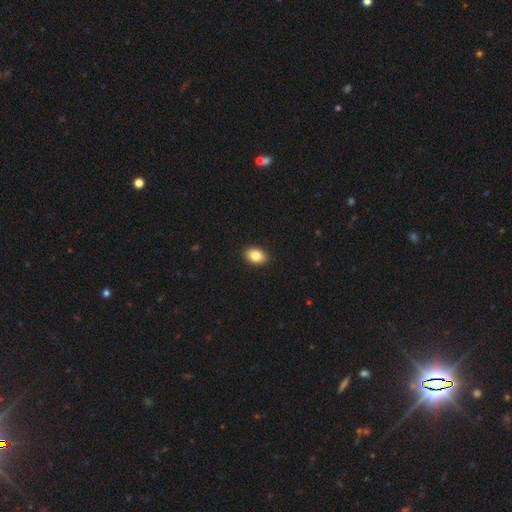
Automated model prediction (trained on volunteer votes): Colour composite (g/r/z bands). It shows a smooth galaxy with no disk features (85%) that is in between round and cigar-shaped (85%). Merging: none (91%).